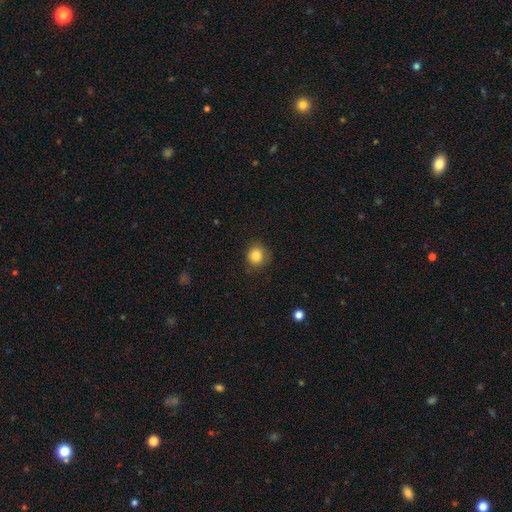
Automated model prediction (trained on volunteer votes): Smooth or featured: smooth — 84% (star or artifact — 10%)
How rounded: round — 85% (in between — 15%)
Merging: none — 79% (minor disturbance — 16%)